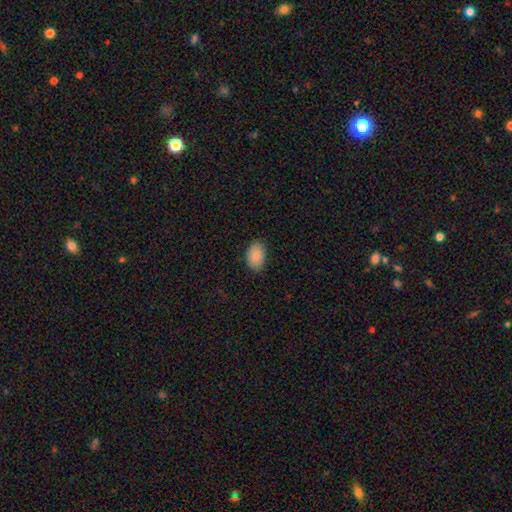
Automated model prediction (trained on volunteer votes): This appears to be a smooth galaxy with no disk features (88%) that is in between round and cigar-shaped (89%). Merging: none (84%).